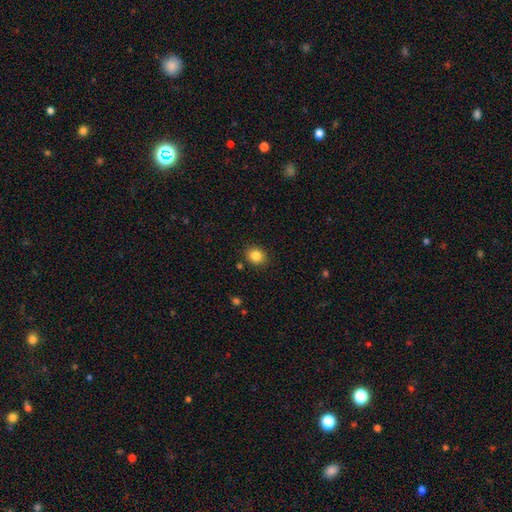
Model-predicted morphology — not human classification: Overall: smooth (85%). How rounded: round (67%; in between 32%). Merging: none (88%).